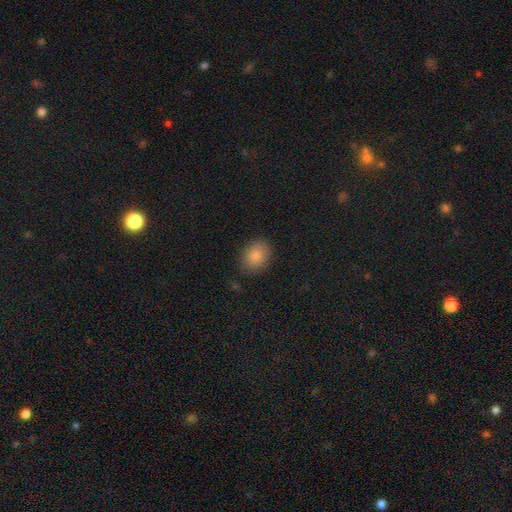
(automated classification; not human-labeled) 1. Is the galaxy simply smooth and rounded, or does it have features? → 85% smooth, 8% star or artifact, 7% featured or disk.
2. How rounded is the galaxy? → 62% in between, 37% round, 1% cigar-shaped.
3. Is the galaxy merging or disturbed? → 83% none, 12% minor disturbance, 3% major disturbance, 1% merger.